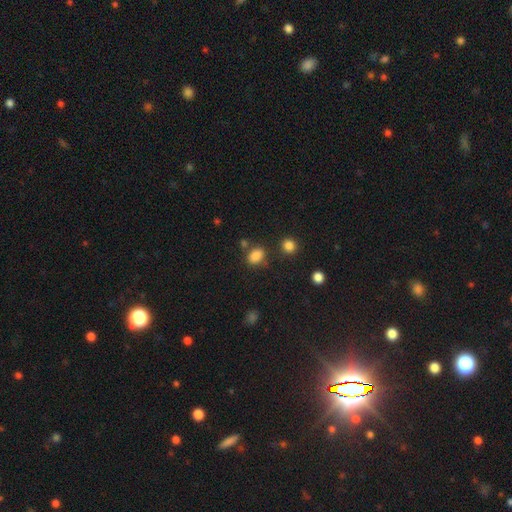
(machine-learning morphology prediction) smooth 84%, star or artifact 12%, featured or disk 4%. Down the decision tree: how rounded — in between (73%); merging — none (71%).